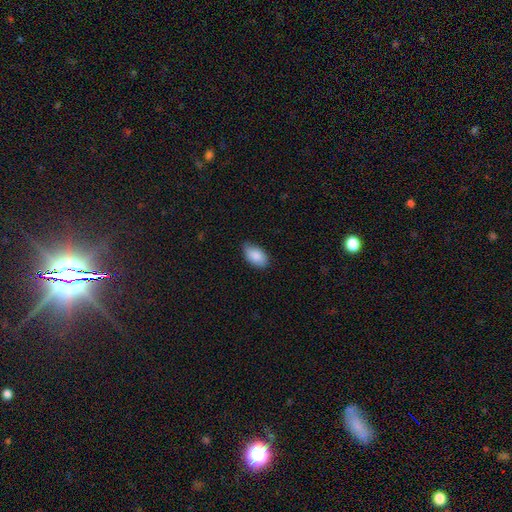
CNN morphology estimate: Smooth or featured? Predicted: smooth (p=0.88). How rounded? Predicted: in between (p=0.94). Merging? Predicted: none (p=0.77).